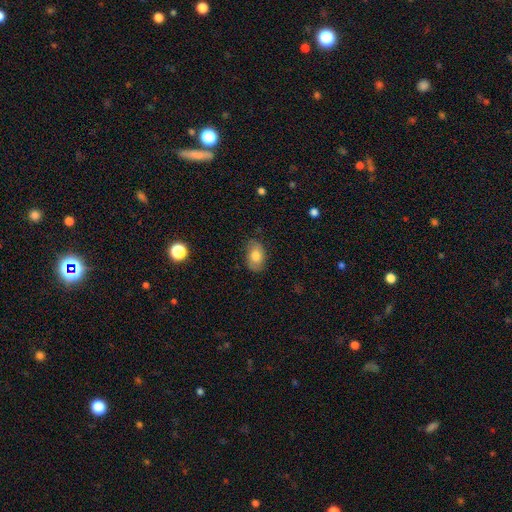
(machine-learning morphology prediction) smooth-or-featured: smooth: 74% | featured or disk: 19% | star or artifact: 8%
  how-rounded: in between: 89% | round: 10% | cigar-shaped: 1%
  merging: none: 80% | minor disturbance: 15% | major disturbance: 3% | merger: 1%